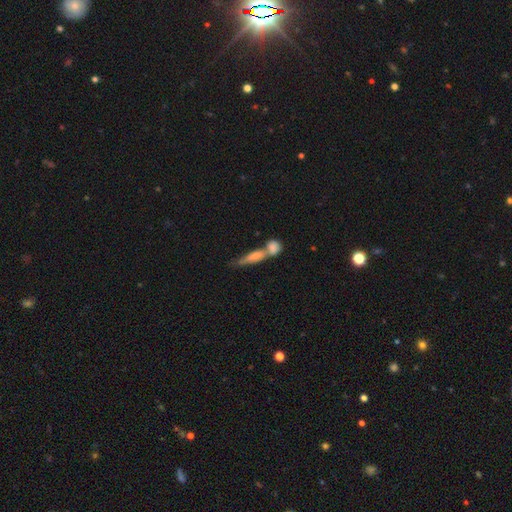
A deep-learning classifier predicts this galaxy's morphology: A smooth galaxy with no disk features (51%) that is cigar-shaped (63%).

Vote fractions:
- Smooth or featured? smooth: 51% / featured or disk: 38% / star or artifact: 12%
- How rounded? cigar-shaped: 63% / in between: 29% / round: 8%
- Merging? merger: 55% / none: 30% / minor disturbance: 10% / major disturbance: 6%